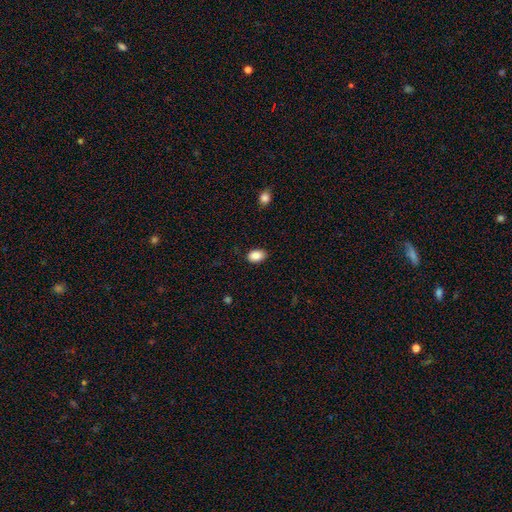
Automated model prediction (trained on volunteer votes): Smooth or featured? smooth (89%)
How rounded? in between (86%)
Merging? none (85%)